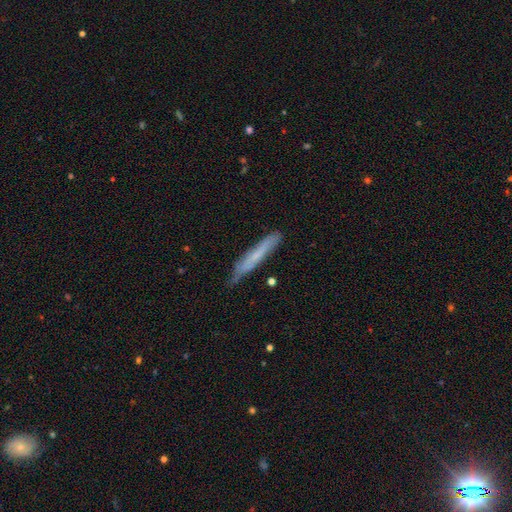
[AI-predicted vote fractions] This appears to be a smooth galaxy with no disk features (55%) that is cigar-shaped (94%). Merging: none (74%).